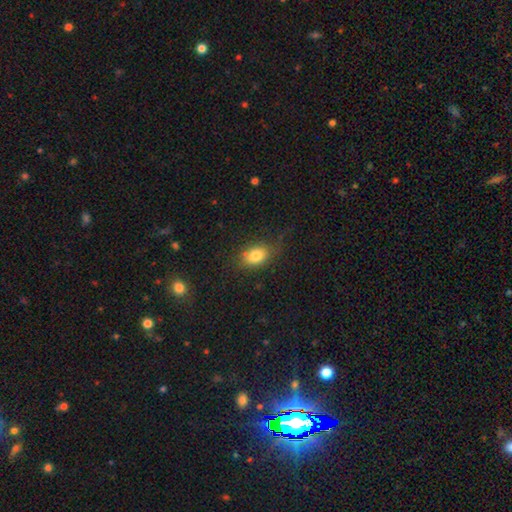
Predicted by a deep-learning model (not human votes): Smooth or featured?
  - smooth: 81% *
  - featured or disk: 9%
  - star or artifact: 9%
How rounded?
  - in between: 80% *
  - round: 18%
  - cigar-shaped: 2%
Merging?
  - none: 73% *
  - minor disturbance: 18%
  - major disturbance: 7%
  - merger: 2%